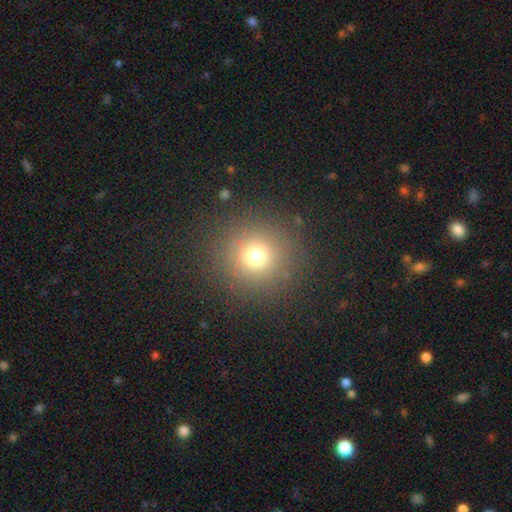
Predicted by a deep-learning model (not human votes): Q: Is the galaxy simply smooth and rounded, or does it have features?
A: smooth — 72%.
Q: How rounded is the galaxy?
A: round — 94%.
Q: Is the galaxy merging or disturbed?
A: none — 88%.